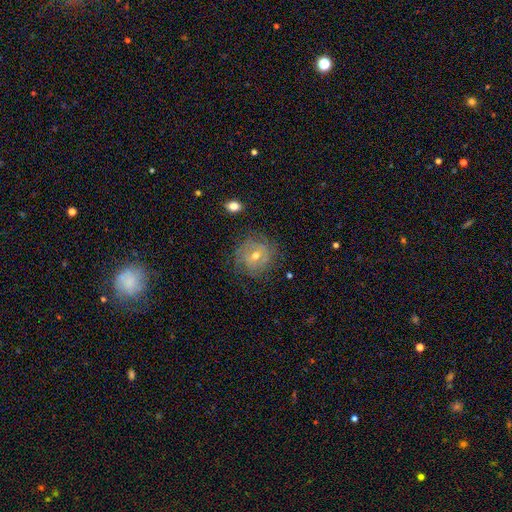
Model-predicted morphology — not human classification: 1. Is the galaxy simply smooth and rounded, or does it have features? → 63% featured or disk, 25% smooth, 12% star or artifact.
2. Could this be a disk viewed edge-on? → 96% no, 4% yes.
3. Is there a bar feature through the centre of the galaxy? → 57% no, 33% weak, 10% strong.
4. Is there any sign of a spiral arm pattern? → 73% yes, 27% no.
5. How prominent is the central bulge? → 59% moderate, 37% small, 2% large, 1% none, 1% dominant.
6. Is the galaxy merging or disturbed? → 77% none, 15% minor disturbance, 7% major disturbance, 1% merger.